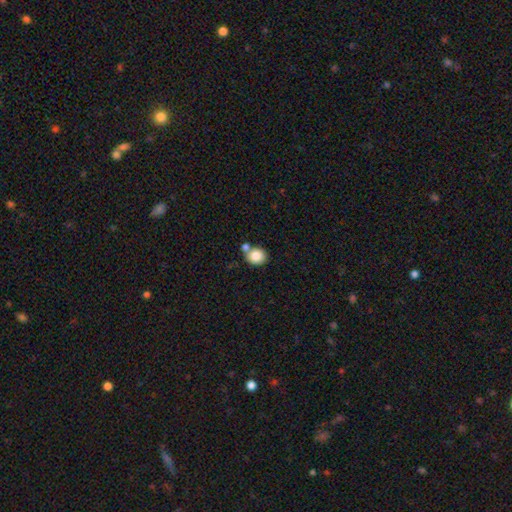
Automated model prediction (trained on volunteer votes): smooth-or-featured: smooth: 84% | star or artifact: 9% | featured or disk: 7%
  how-rounded: round: 72% | in between: 27% | cigar-shaped: 1%
  merging: none: 58% | merger: 27% | minor disturbance: 11% | major disturbance: 3%